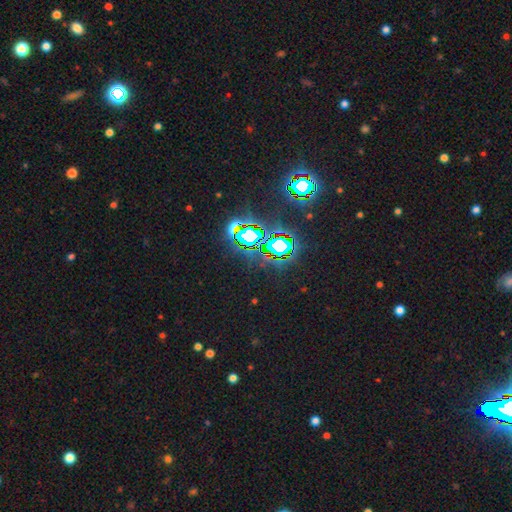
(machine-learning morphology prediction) The model was most divided on "smooth or featured": star or artifact: 81%, smooth: 12%, featured or disk: 7%.